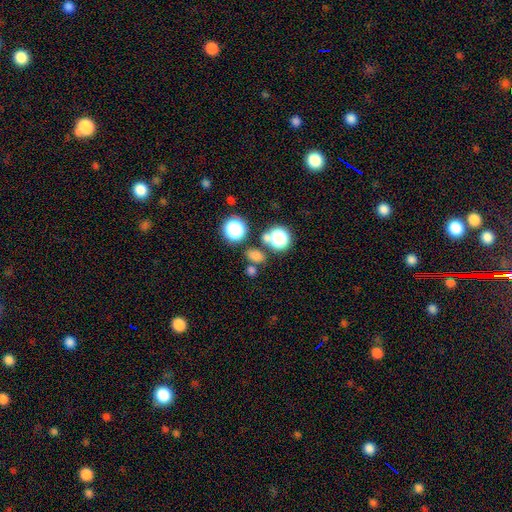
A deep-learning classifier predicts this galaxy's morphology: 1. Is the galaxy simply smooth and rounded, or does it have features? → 68% smooth, 26% star or artifact, 6% featured or disk.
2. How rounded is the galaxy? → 52% round, 46% in between, 2% cigar-shaped.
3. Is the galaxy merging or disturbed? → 70% none, 16% merger, 10% minor disturbance, 4% major disturbance.